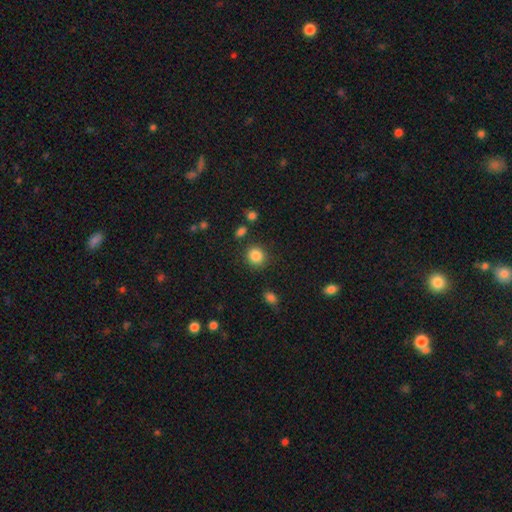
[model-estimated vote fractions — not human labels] The model was most divided on "how rounded": round: 86%, in between: 13%, cigar-shaped: 1%. More confident: merging — none (86%); smooth or featured — smooth (86%).